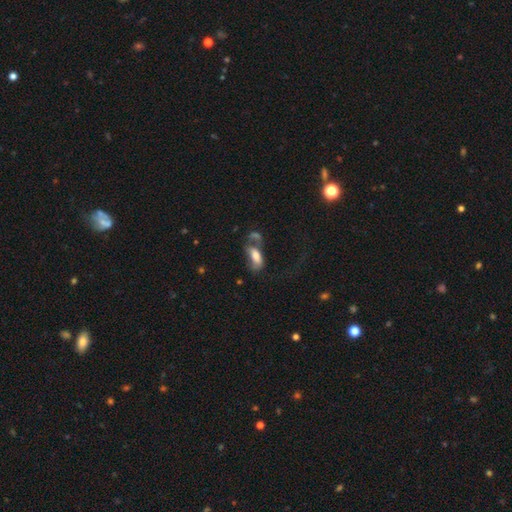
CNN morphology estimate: smooth 63%, featured or disk 27%, star or artifact 9%. Down the decision tree: how rounded — in between (85%); merging — merger (32%).